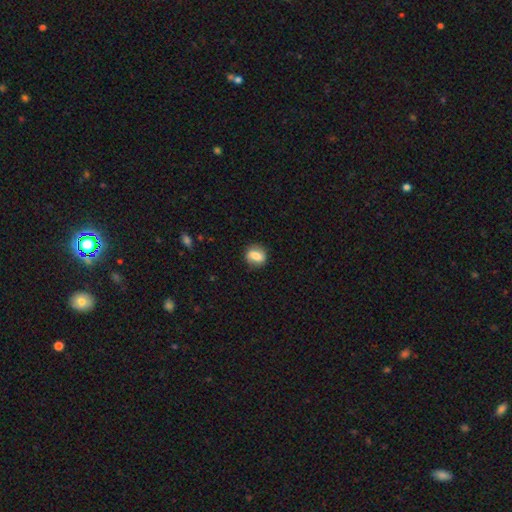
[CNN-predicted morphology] Smooth or featured? Predicted: smooth (p=0.71). How rounded? Predicted: round (p=0.51). Merging? Predicted: none (p=0.82).